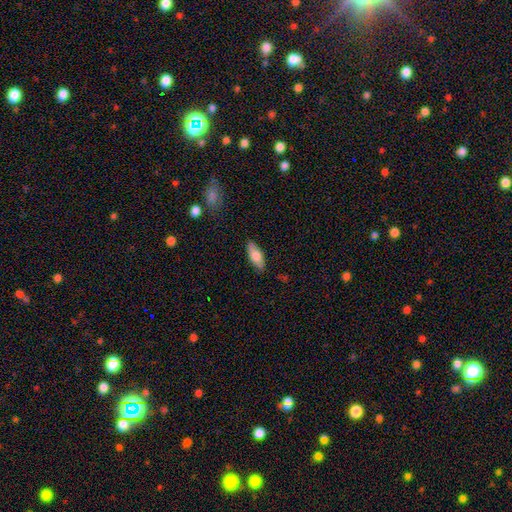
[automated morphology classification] smooth-or-featured: smooth: 74% | featured or disk: 20% | star or artifact: 6%
  how-rounded: in between: 75% | cigar-shaped: 23% | round: 2%
  merging: none: 84% | minor disturbance: 12% | major disturbance: 2% | merger: 1%